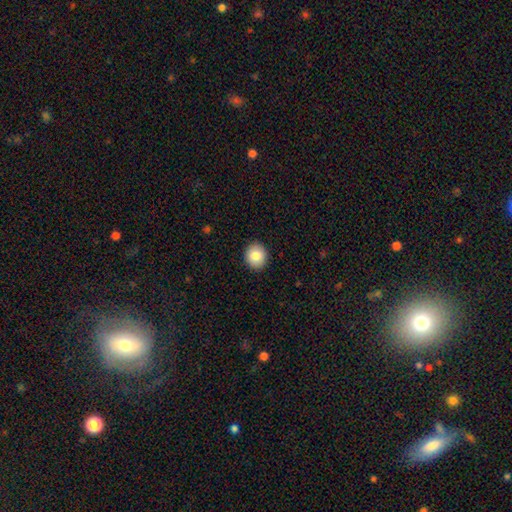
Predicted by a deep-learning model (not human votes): The model was most divided on "how rounded": round: 78%, in between: 21%, cigar-shaped: 1%. More confident: merging — none (91%); smooth or featured — smooth (84%).